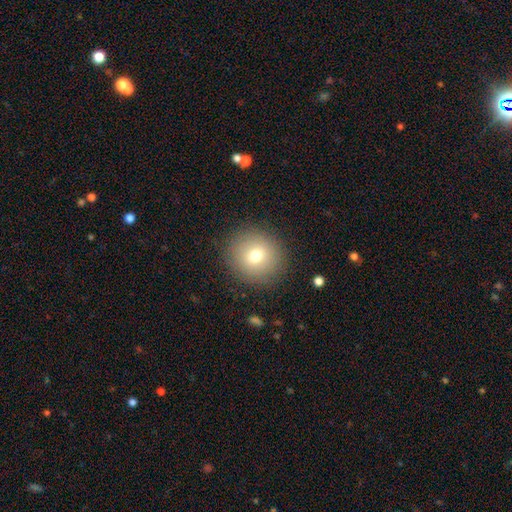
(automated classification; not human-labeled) A smooth galaxy with no disk features (73%) that is round (93%).

Vote fractions:
- Smooth or featured? smooth: 73% / featured or disk: 14% / star or artifact: 13%
- How rounded? round: 93% / in between: 6% / cigar-shaped: 1%
- Merging? none: 89% / minor disturbance: 7% / major disturbance: 3% / merger: 1%